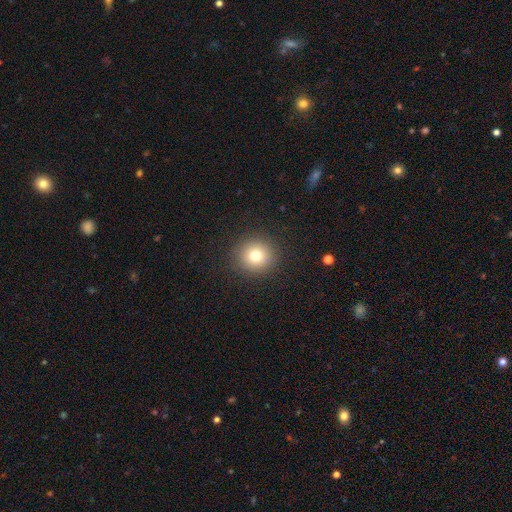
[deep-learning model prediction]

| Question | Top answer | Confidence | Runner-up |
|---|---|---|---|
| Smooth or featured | smooth | 77% | star or artifact (13%) |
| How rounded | round | 93% | in between (6%) |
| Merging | none | 91% | minor disturbance (6%) |